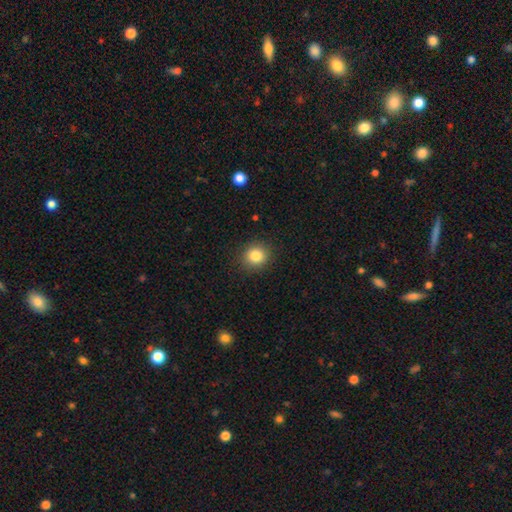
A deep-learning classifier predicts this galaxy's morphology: A smooth galaxy with no disk features (84%) that is round (86%).

Vote fractions:
- Smooth or featured? smooth: 84% / star or artifact: 11% / featured or disk: 6%
- How rounded? round: 86% / in between: 13% / cigar-shaped: 1%
- Merging? none: 90% / minor disturbance: 7% / major disturbance: 2% / merger: 1%